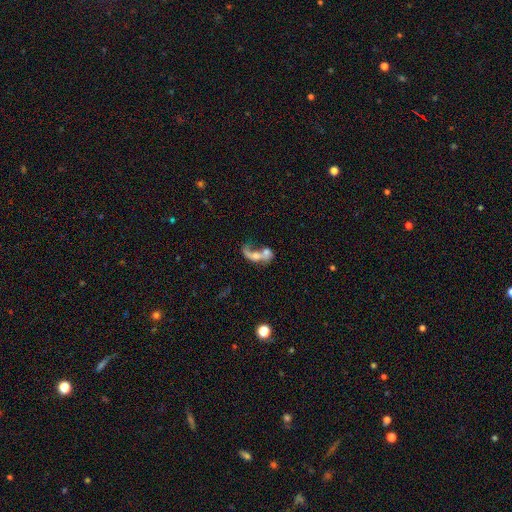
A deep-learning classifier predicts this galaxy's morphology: smooth_or_featured: featured or disk (p=0.54) [alt: smooth p=0.34]
disk_edge_on: no (p=0.93) [alt: yes p=0.07]
bar: no (p=0.74) [alt: weak p=0.20]
has_spiral_arms: no (p=0.50) [tied with: yes p=0.50]
bulge_size: moderate (p=0.33) [alt: small p=0.26]
merging: merger (p=0.66) [alt: major disturbance p=0.15]